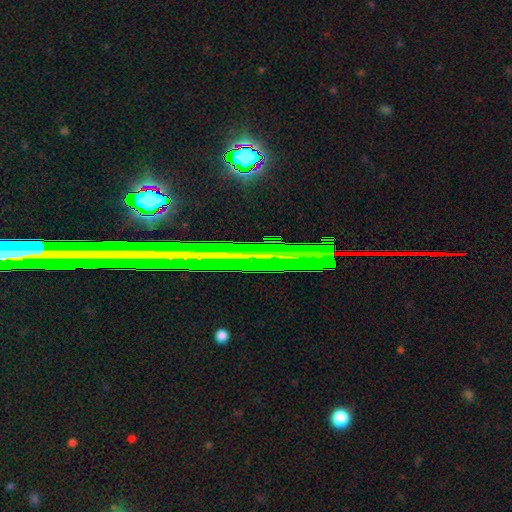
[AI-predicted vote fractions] Smooth or featured: star or artifact — 66% (featured or disk — 23%)